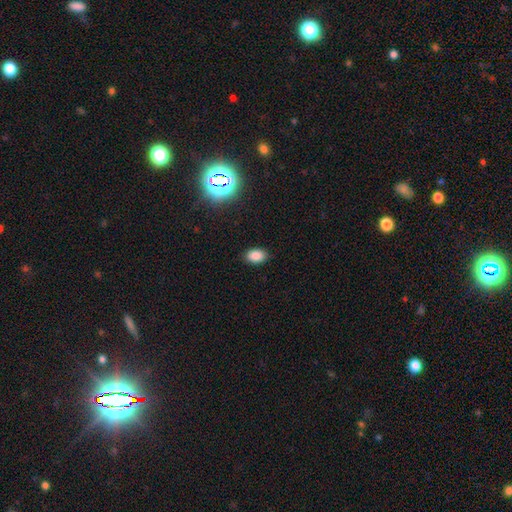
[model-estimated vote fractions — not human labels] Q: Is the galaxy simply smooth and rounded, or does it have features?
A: smooth — 84%.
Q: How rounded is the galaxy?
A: in between — 85%.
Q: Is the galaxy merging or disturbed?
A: none — 88%.